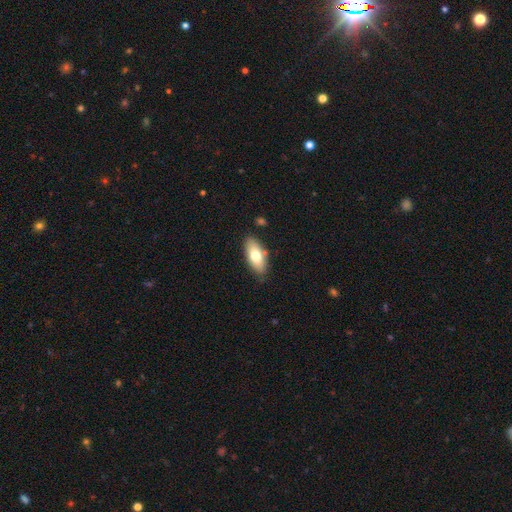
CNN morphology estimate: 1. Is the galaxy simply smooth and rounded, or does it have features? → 72% smooth, 21% featured or disk, 7% star or artifact.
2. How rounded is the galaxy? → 86% in between, 11% cigar-shaped, 3% round.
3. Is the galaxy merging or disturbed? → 82% none, 12% minor disturbance, 3% merger, 3% major disturbance.